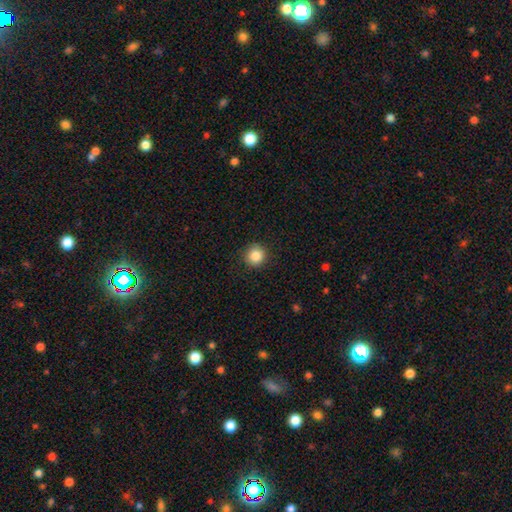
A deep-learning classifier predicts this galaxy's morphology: smooth_or_featured: smooth (p=0.86) [alt: star or artifact p=0.10]
how_rounded: round (p=0.94) [alt: in between p=0.05]
merging: none (p=0.90) [alt: minor disturbance p=0.07]